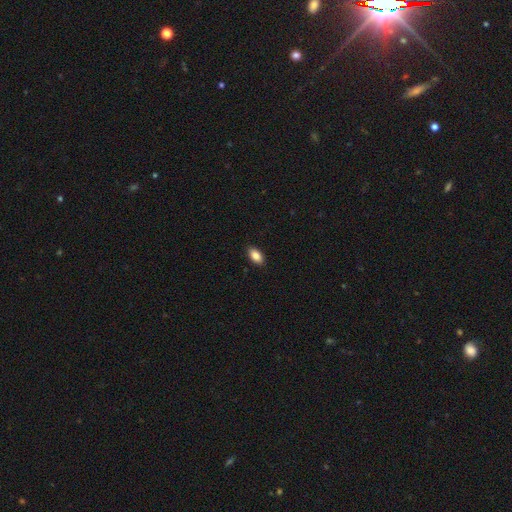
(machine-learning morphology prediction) Smooth or featured? smooth (87%)
How rounded? in between (93%)
Merging? none (90%)